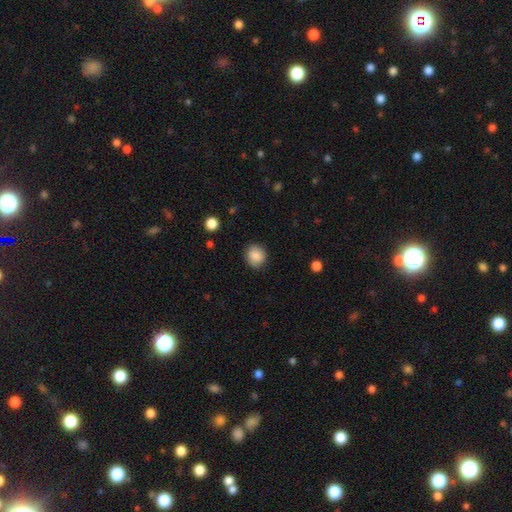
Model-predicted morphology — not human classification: smooth-or-featured: smooth: 86% | star or artifact: 8% | featured or disk: 5%
  how-rounded: round: 79% | in between: 20% | cigar-shaped: 1%
  merging: none: 85% | minor disturbance: 11% | major disturbance: 3% | merger: 1%